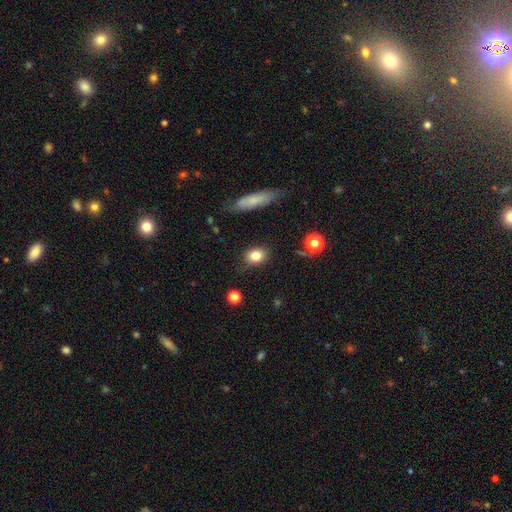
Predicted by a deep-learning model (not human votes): smooth 81%, star or artifact 10%, featured or disk 9%. Down the decision tree: how rounded — round (49%, tied with in between); merging — none (83%).